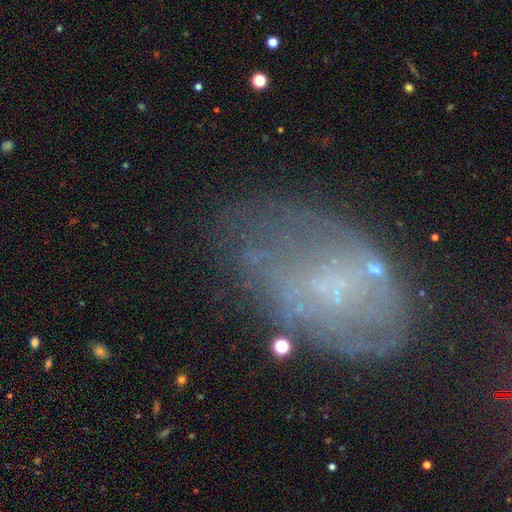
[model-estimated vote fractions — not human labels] Q: Smooth or featured?
A: featured or disk (54%); runner-up: smooth (25%)
Q: Edge-on disk?
A: no (94%); runner-up: yes (6%)
Q: Bar?
A: no (76%); runner-up: weak (17%)
Q: Spiral arms?
A: no (55%); runner-up: yes (45%)
Q: Bulge size?
A: none (48%); runner-up: small (37%)
Q: Merging?
A: none (60%); runner-up: minor disturbance (21%)